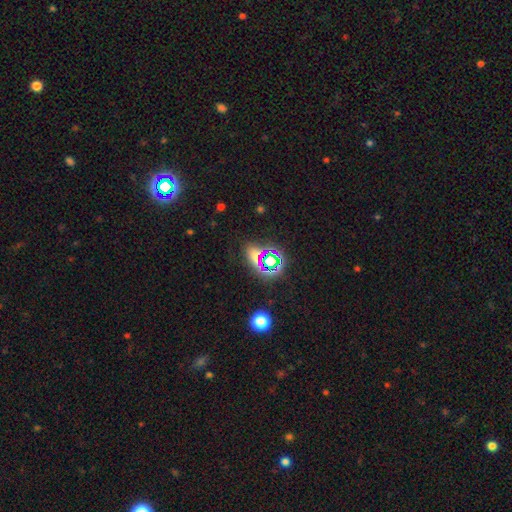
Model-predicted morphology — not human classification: A star or artifact, not a galaxy (58%).